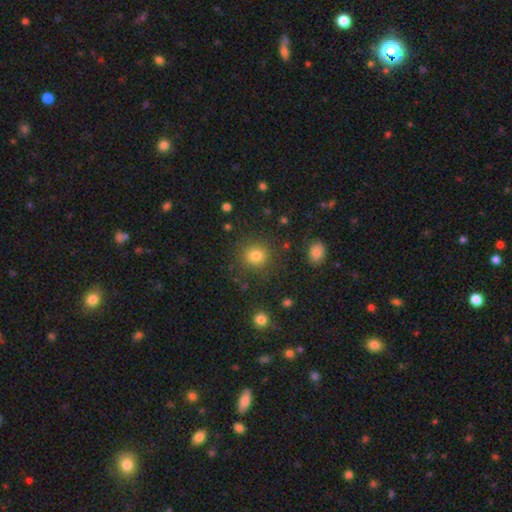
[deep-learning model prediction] The model was most divided on "how rounded": round: 82%, in between: 17%, cigar-shaped: 1%. More confident: merging — none (86%); smooth or featured — smooth (80%).